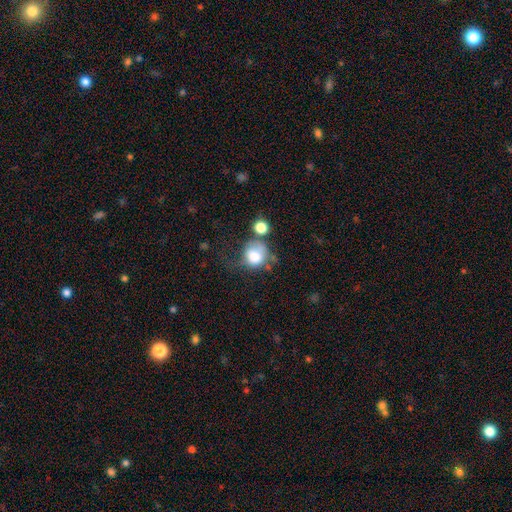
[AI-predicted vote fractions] Morphology: type=smooth (76%); roundness=round (76%); merging=none (33%).